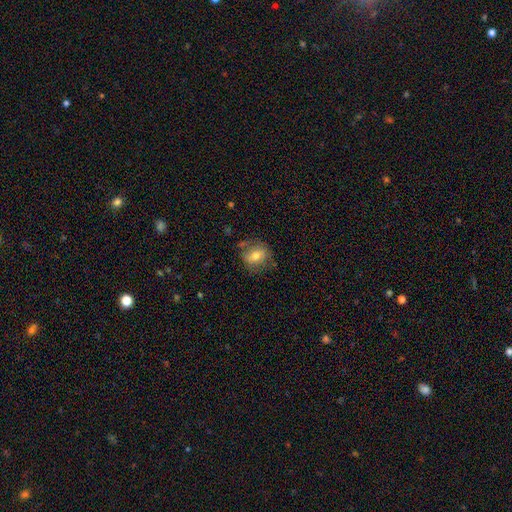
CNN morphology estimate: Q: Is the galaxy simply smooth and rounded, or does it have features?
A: smooth — 68%.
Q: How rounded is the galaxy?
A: round — 62%.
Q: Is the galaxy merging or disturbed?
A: none — 71%.